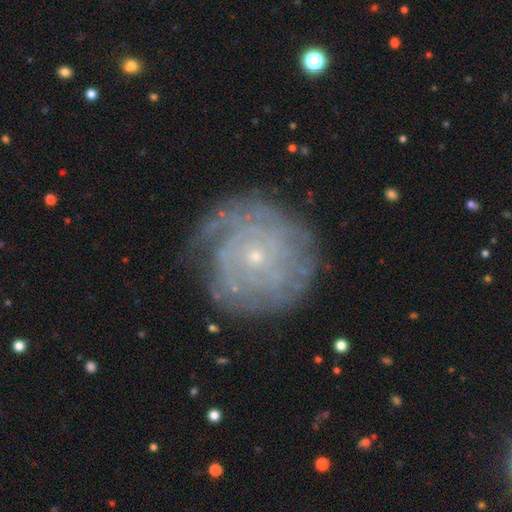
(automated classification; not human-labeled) A featured or disk galaxy (76%) with no bar (83%), tight (79%) spiral arms (87%) and a small central bulge (86%).

Vote fractions:
- Smooth or featured? featured or disk: 76% / smooth: 16% / star or artifact: 8%
- Edge-on disk? no: 97% / yes: 3%
- Bar? no: 83% / weak: 14% / strong: 3%
- Spiral arms? yes: 87% / no: 13%
- Spiral winding? tight: 79% / medium: 15% / loose: 5%
- Spiral arm count? can't tell: 51% / 2: 12% / 4: 11% / 3: 11% / more than 4: 9% / 1: 6%
- Bulge size? small: 86% / moderate: 10% / none: 2% / large: 1% / dominant: 1%
- Merging? none: 72% / minor disturbance: 18% / major disturbance: 8% / merger: 2%